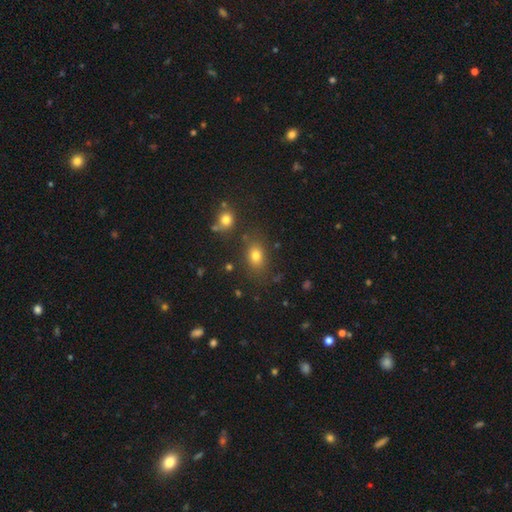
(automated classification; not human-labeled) Smooth or featured? smooth (75%)
How rounded? in between (69%)
Merging? none (76%)